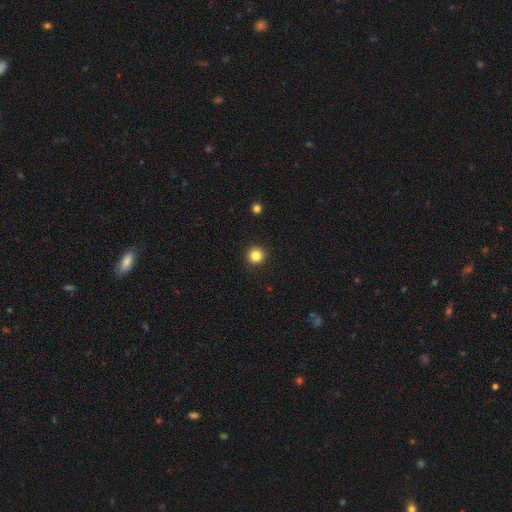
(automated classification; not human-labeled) The model was most divided on "smooth or featured": smooth: 84%, star or artifact: 11%, featured or disk: 5%. More confident: how rounded — round (96%); merging — none (93%).